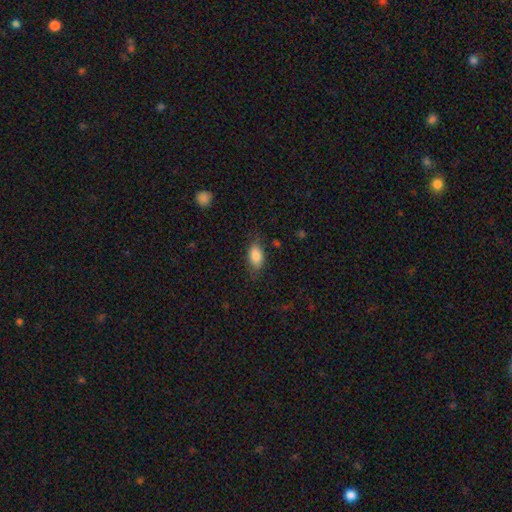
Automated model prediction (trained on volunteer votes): smooth-or-featured: smooth: 83% | featured or disk: 9% | star or artifact: 8%
  how-rounded: in between: 89% | round: 6% | cigar-shaped: 5%
  merging: none: 71% | minor disturbance: 21% | major disturbance: 7% | merger: 1%